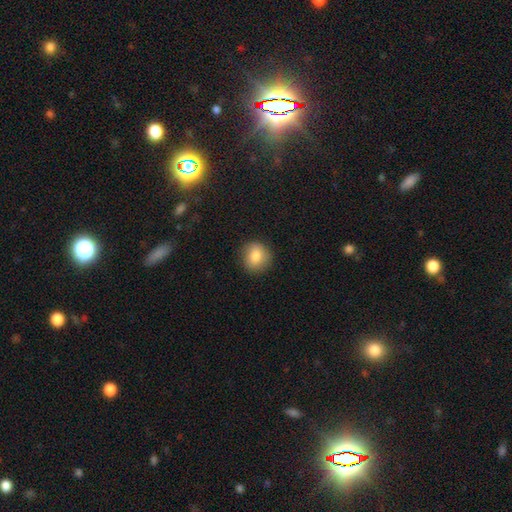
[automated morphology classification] smooth 83%, star or artifact 9%, featured or disk 8%. Down the decision tree: how rounded — round (82%); merging — none (86%).